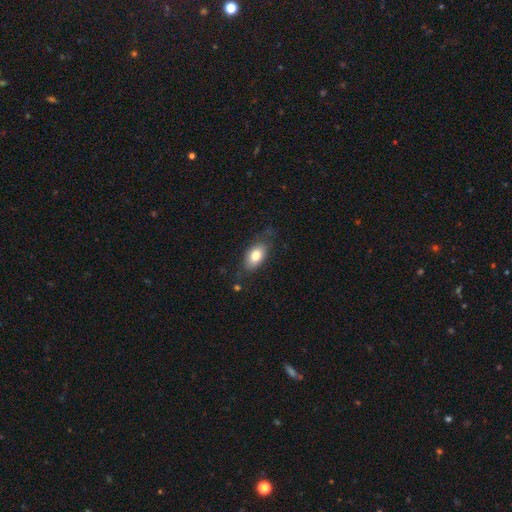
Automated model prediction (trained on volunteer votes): Smooth or featured? smooth (78%)
How rounded? in between (89%)
Merging? none (73%)